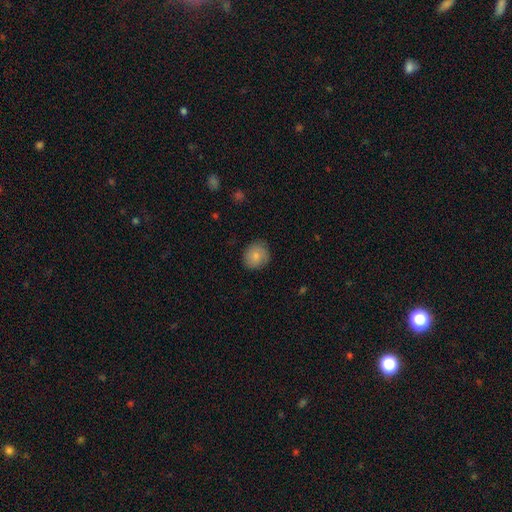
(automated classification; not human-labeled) The model was most divided on "how rounded": round: 79%, in between: 20%, cigar-shaped: 1%. More confident: merging — none (82%); smooth or featured — smooth (82%).